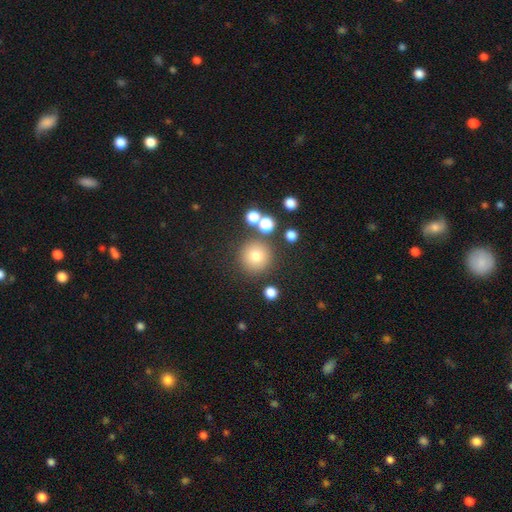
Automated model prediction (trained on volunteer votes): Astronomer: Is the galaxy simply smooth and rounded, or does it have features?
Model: smooth — 77%.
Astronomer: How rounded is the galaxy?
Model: round — 95%.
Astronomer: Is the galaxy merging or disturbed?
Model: none — 82%.